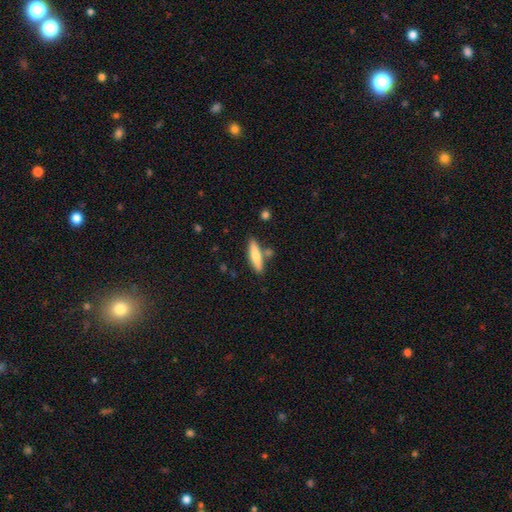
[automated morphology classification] A smooth galaxy with no disk features (66%) that is cigar-shaped (74%).

Vote fractions:
- Smooth or featured? smooth: 66% / featured or disk: 28% / star or artifact: 6%
- How rounded? cigar-shaped: 74% / in between: 24% / round: 2%
- Merging? none: 77% / minor disturbance: 11% / merger: 9% / major disturbance: 3%